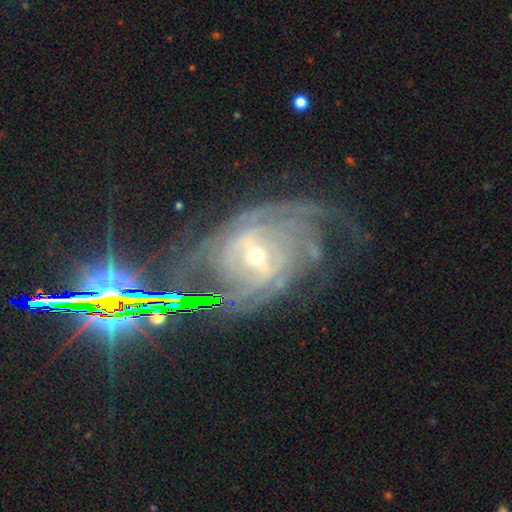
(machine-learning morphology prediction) Smooth or featured? featured or disk (82%)
Edge-on disk? no (95%)
Bar? weak (43%)
Spiral arms? yes (95%)
Spiral winding? tight (55%)
Spiral arm count? can't tell (37%)
Bulge size? small (61%)
Merging? none (55%)